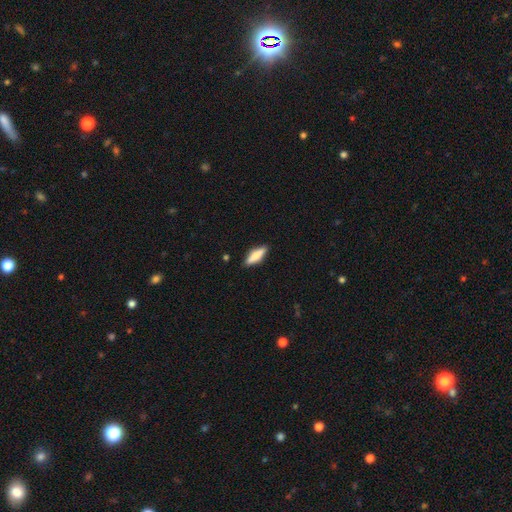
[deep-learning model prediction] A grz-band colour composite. It shows a smooth galaxy with no disk features (71%) that is cigar-shaped (58%). Merging: none (87%).